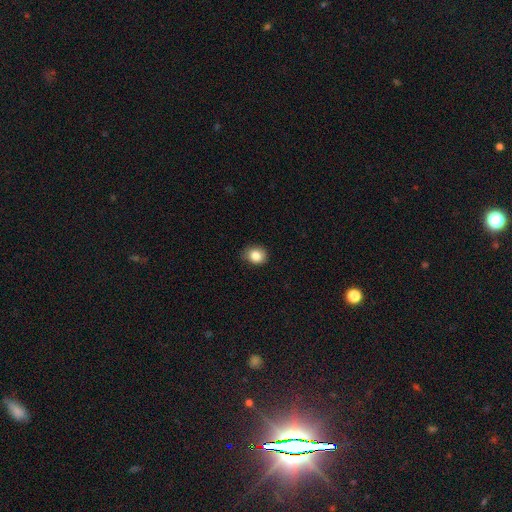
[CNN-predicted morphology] Smooth or featured? smooth (84%)
How rounded? round (66%)
Merging? none (79%)